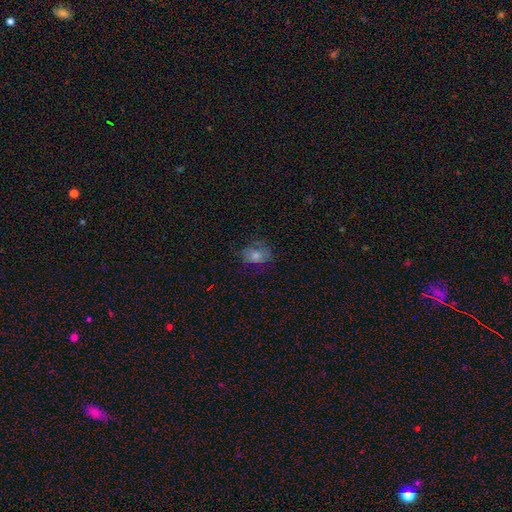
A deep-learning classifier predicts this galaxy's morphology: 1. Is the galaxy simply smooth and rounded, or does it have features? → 52% smooth, 28% featured or disk, 20% star or artifact.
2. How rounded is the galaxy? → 55% round, 44% in between, 1% cigar-shaped.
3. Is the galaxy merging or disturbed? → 70% none, 19% minor disturbance, 9% major disturbance, 1% merger.